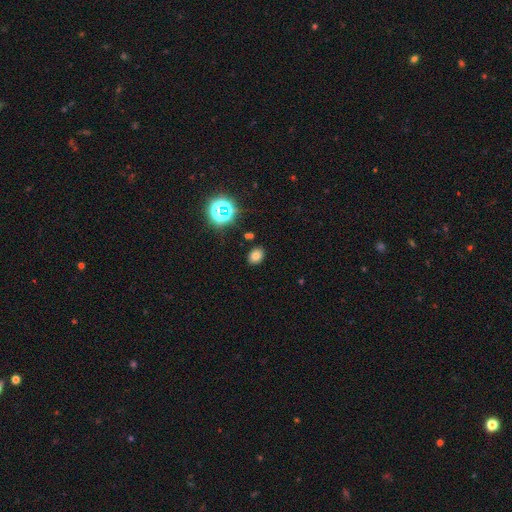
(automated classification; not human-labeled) Smooth or featured? smooth (73%)
How rounded? in between (61%)
Merging? none (86%)